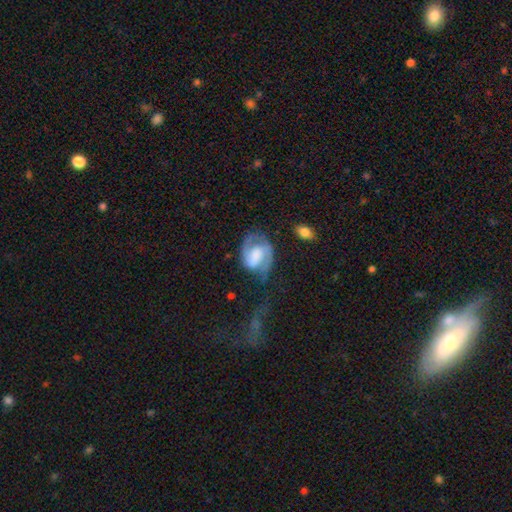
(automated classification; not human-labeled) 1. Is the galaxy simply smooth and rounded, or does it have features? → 72% featured or disk, 21% smooth, 7% star or artifact.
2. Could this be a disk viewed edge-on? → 98% no, 2% yes.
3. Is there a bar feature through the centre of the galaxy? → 42% no, 40% weak, 18% strong.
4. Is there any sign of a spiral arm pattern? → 88% yes, 12% no.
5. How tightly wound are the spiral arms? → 45% medium, 36% tight, 19% loose.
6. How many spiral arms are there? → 75% 2, 11% 1, 9% can't tell, 2% 3, 1% 4, 1% more than 4.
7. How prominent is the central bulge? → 36% large, 23% none, 21% moderate, 13% small, 7% dominant.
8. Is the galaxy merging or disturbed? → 45% none, 26% minor disturbance, 26% major disturbance, 3% merger.